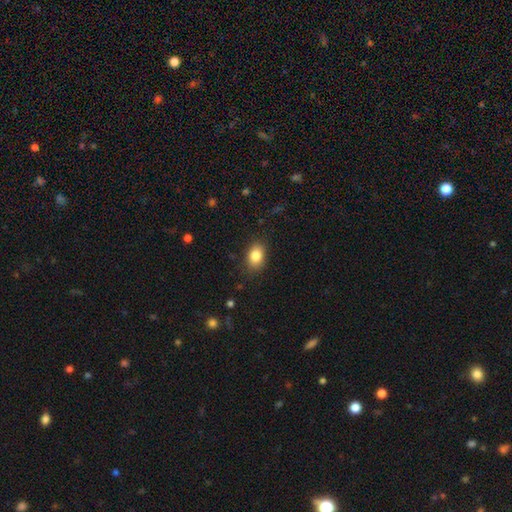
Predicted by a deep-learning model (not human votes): Smooth or featured: smooth — 85% (star or artifact — 9%)
How rounded: in between — 78% (round — 20%)
Merging: none — 85% (minor disturbance — 11%)